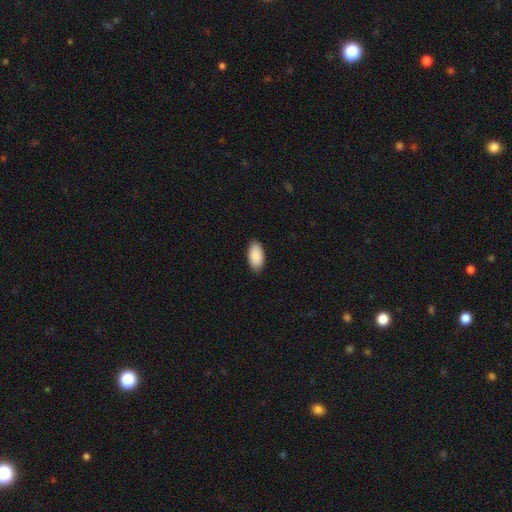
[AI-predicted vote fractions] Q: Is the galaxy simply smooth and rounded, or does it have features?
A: smooth — 91%.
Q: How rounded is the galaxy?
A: in between — 95%.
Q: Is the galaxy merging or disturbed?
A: none — 86%.